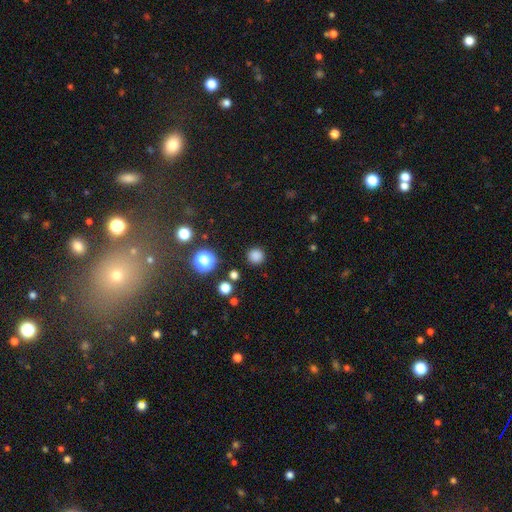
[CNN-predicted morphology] smooth_or_featured: smooth (p=0.81) [alt: star or artifact p=0.15]
how_rounded: round (p=0.94) [alt: in between p=0.05]
merging: none (p=0.89) [alt: minor disturbance p=0.07]